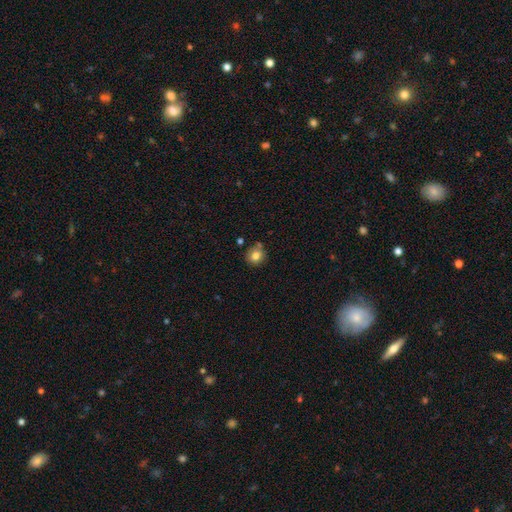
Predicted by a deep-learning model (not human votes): Q: Smooth or featured?
A: smooth (80%); runner-up: star or artifact (11%)
Q: How rounded?
A: round (86%); runner-up: in between (13%)
Q: Merging?
A: none (74%); runner-up: minor disturbance (14%)